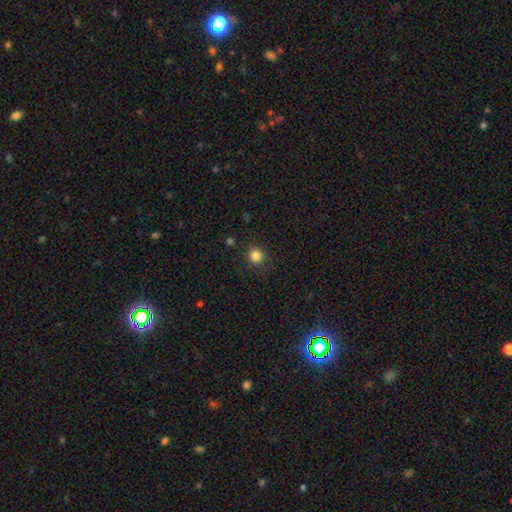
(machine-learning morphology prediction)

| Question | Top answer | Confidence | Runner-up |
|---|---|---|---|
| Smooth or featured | smooth | 84% | star or artifact (12%) |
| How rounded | round | 91% | in between (8%) |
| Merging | none | 88% | minor disturbance (8%) |